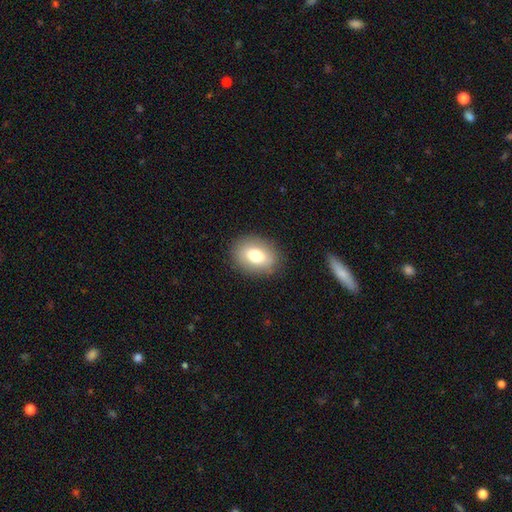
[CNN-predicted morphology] The model was most divided on "how rounded": in between: 72%, round: 26%, cigar-shaped: 1%. More confident: merging — none (86%); smooth or featured — smooth (75%).